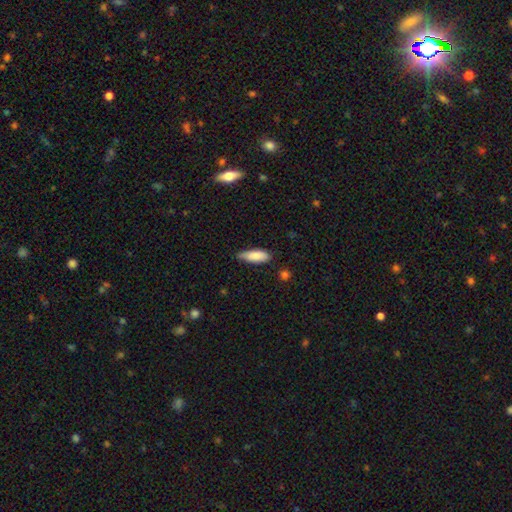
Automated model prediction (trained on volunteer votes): Smooth or featured?
  - smooth: 85% *
  - featured or disk: 9%
  - star or artifact: 6%
How rounded?
  - in between: 63% *
  - cigar-shaped: 35%
  - round: 2%
Merging?
  - none: 67% *
  - minor disturbance: 28%
  - major disturbance: 4%
  - merger: 2%